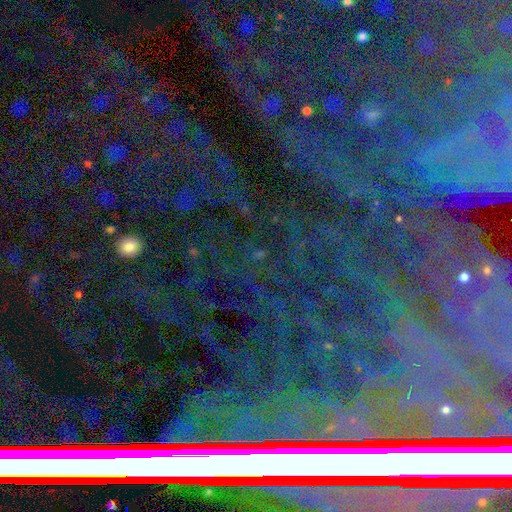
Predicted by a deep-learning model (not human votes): smooth_or_featured: star or artifact (p=0.81) [alt: featured or disk p=0.10]